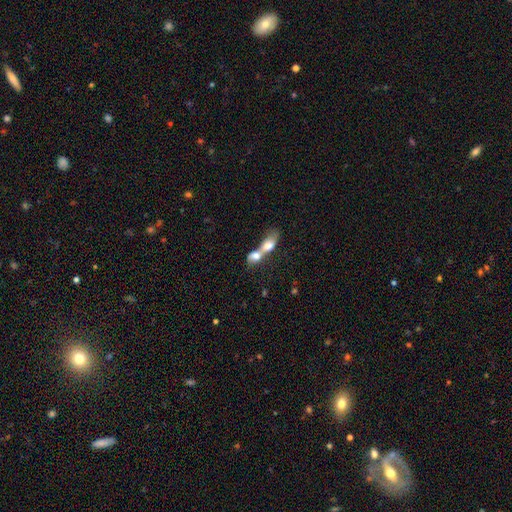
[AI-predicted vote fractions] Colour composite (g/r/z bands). It shows a smooth galaxy with no disk features (70%) that is in between round and cigar-shaped (70%). Merging: merger (83%).